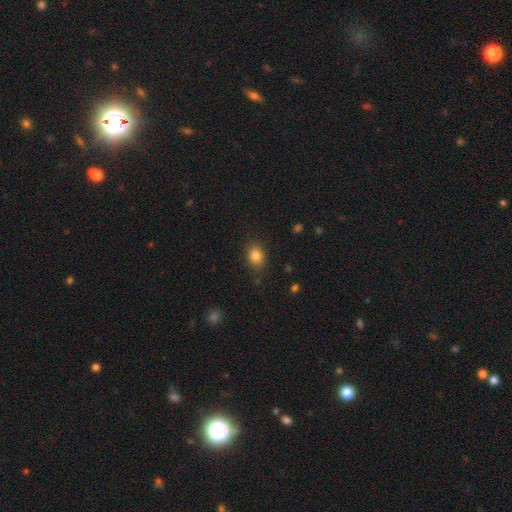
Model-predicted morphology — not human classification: A smooth galaxy with no disk features (83%) that is in between round and cigar-shaped (61%).

Vote fractions:
- Smooth or featured? smooth: 83% / star or artifact: 10% / featured or disk: 6%
- How rounded? in between: 61% / round: 37% / cigar-shaped: 1%
- Merging? none: 83% / minor disturbance: 12% / major disturbance: 3% / merger: 1%